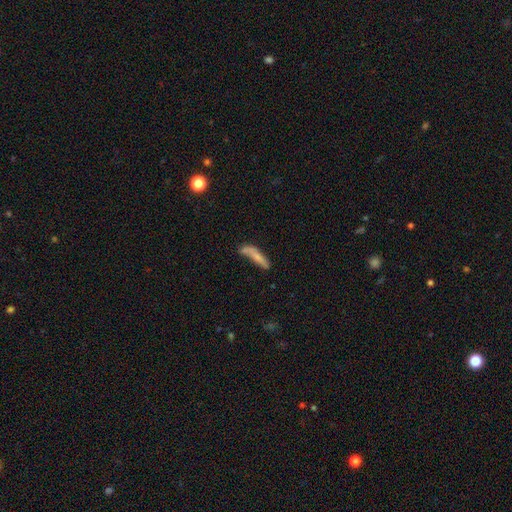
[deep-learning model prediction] Overall: smooth (65%; featured or disk 26%). How rounded: cigar-shaped (82%). Merging: none (43%; minor disturbance 24%).